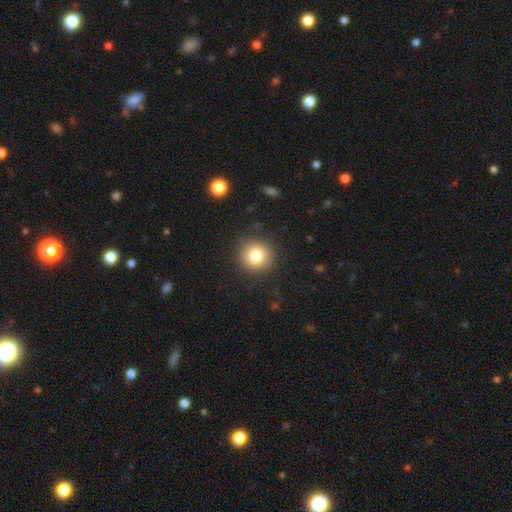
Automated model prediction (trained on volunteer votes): Morphology: type=smooth (80%); roundness=round (93%); merging=none (89%).